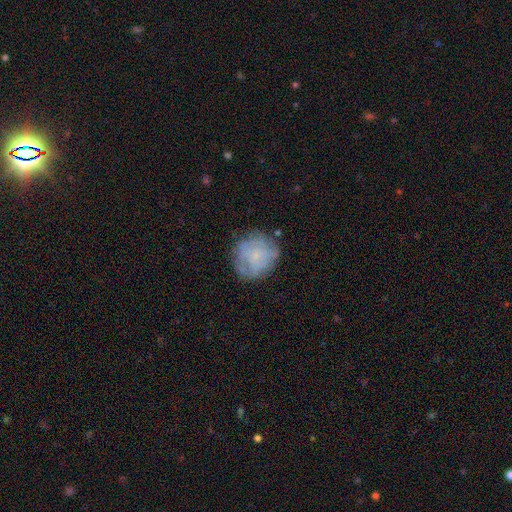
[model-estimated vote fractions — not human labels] A smooth galaxy with no disk features (46%).

Vote fractions:
- Smooth or featured? smooth: 46% / featured or disk: 45% / star or artifact: 9%
- Merging? none: 69% / minor disturbance: 20% / major disturbance: 9% / merger: 2%